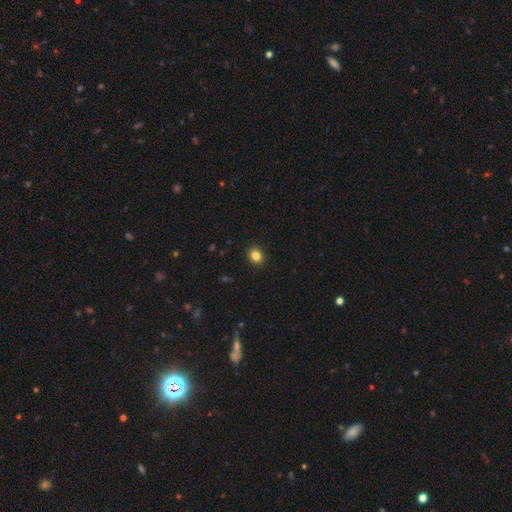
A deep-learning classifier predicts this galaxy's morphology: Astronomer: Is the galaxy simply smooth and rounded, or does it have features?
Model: smooth — 84%.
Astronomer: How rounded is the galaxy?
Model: round — 67%.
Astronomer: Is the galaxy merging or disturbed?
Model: none — 91%.